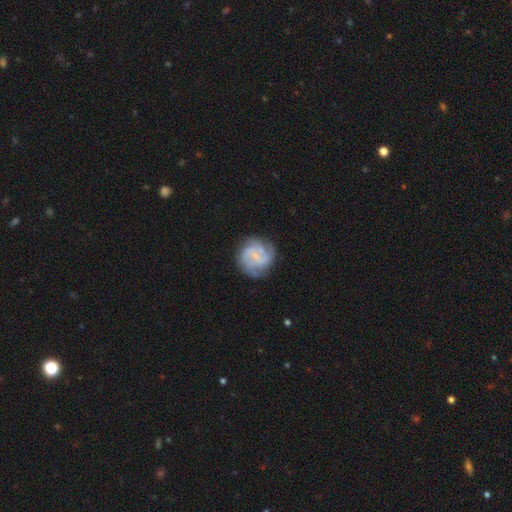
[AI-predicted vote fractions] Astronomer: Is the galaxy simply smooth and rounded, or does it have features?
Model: featured or disk — 70%.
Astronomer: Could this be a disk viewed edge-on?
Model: no — 98%.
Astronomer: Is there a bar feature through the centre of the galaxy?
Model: no — 54% (runner-up: weak, 38%).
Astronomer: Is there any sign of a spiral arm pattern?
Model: yes — 90%.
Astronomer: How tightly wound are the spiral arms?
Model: medium — 42%, tied with tight at 42%.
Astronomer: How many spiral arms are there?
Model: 3 — 32% (runner-up: can't tell, 28%).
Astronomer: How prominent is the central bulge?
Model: small — 57%.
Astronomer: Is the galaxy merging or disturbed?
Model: none — 72%.